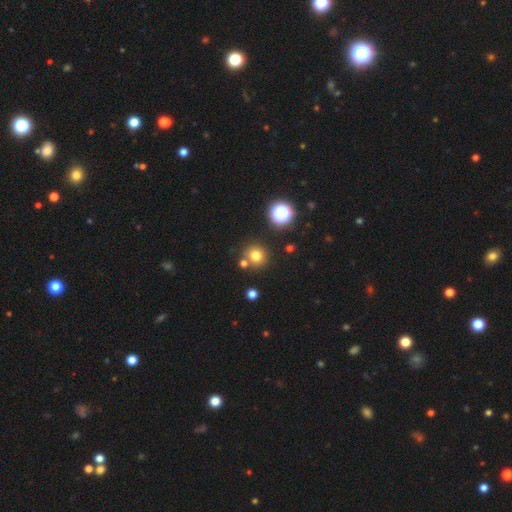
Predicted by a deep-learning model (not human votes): smooth 76%, star or artifact 17%, featured or disk 8%. Down the decision tree: how rounded — round (92%); merging — none (78%).